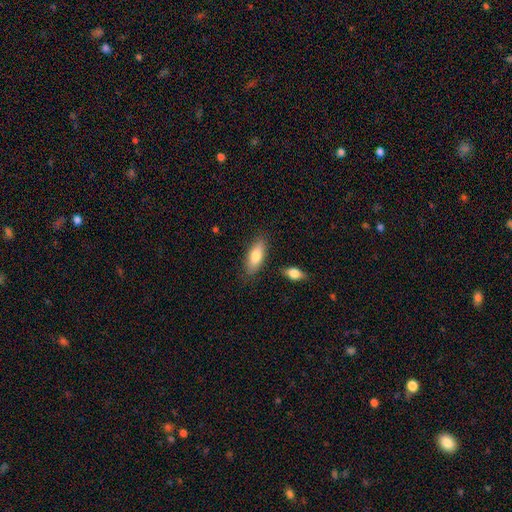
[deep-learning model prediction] Smooth or featured? smooth (78%)
How rounded? in between (72%)
Merging? none (80%)